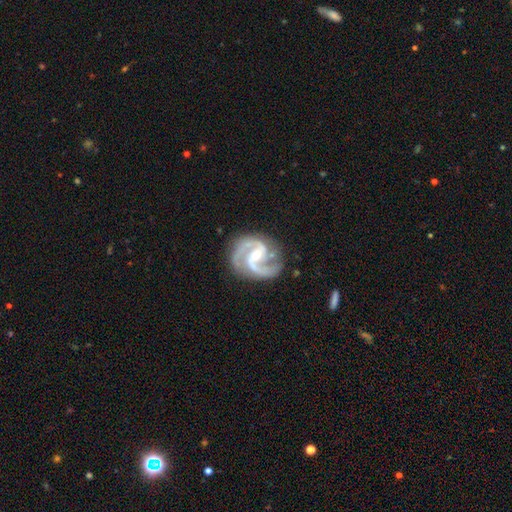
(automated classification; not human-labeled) Morphology: type=featured or disk (93%); edge-on=no (98%); bar=weak (44%); spiral arms=yes (99%); winding=medium (66%); arm count=2 (84%); bulge=small (58%); merging=none (77%).